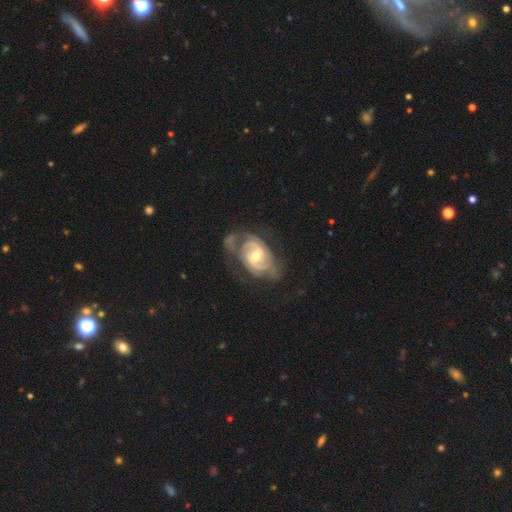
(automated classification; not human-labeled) Smooth or featured?
  - featured or disk: 85% *
  - smooth: 10%
  - star or artifact: 5%
Edge-on disk?
  - no: 97% *
  - yes: 3%
Bar?
  - weak: 54% *
  - no: 28%
  - strong: 18%
Spiral arms?
  - yes: 92% *
  - no: 8%
Spiral winding?
  - tight: 51% *
  - medium: 36%
  - loose: 13%
Spiral arm count?
  - 2: 56% *
  - can't tell: 22%
  - 3: 11%
  - 1: 4%
  - 4: 3%
  - more than 4: 3%
Bulge size?
  - moderate: 67% *
  - small: 26%
  - large: 5%
  - none: 1%
  - dominant: 1%
Merging?
  - none: 50% *
  - minor disturbance: 24%
  - major disturbance: 22%
  - merger: 4%